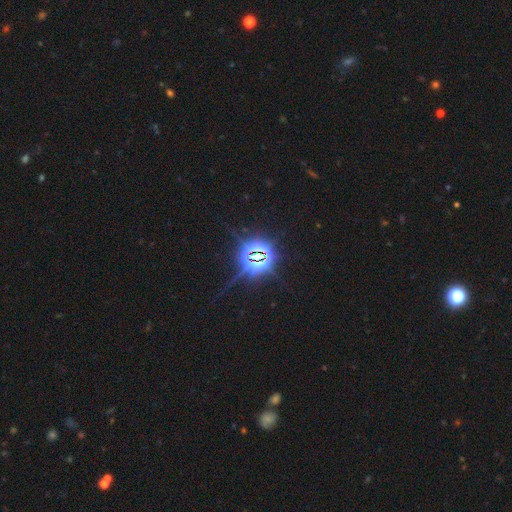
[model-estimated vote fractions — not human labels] smooth-or-featured: star or artifact: 85% | featured or disk: 8% | smooth: 7%